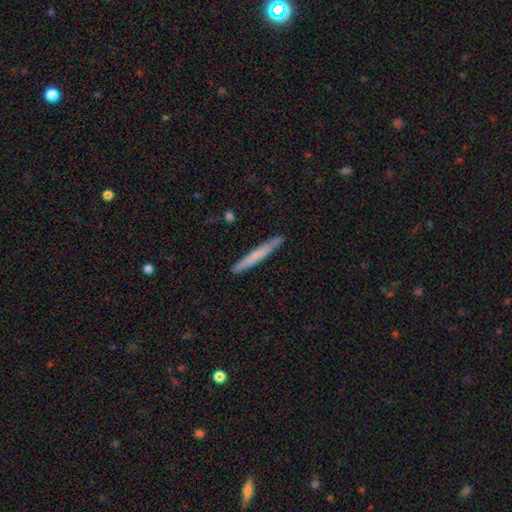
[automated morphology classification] smooth-or-featured: smooth: 64% | featured or disk: 30% | star or artifact: 5%
  how-rounded: cigar-shaped: 97% | in between: 2% | round: 1%
  merging: none: 89% | minor disturbance: 8% | major disturbance: 1% | merger: 1%